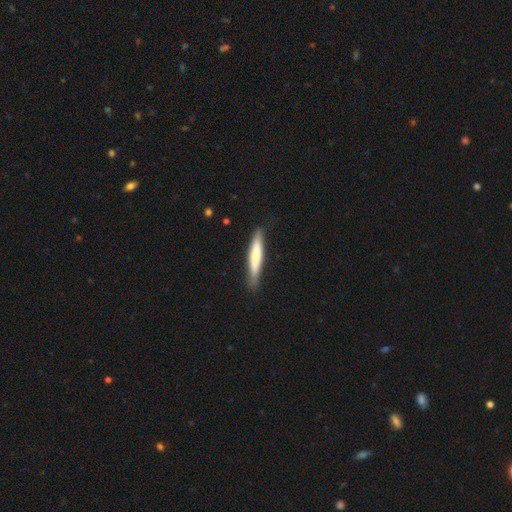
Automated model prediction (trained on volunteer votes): Morphology: type=smooth (62%); roundness=cigar-shaped (92%); merging=none (84%).